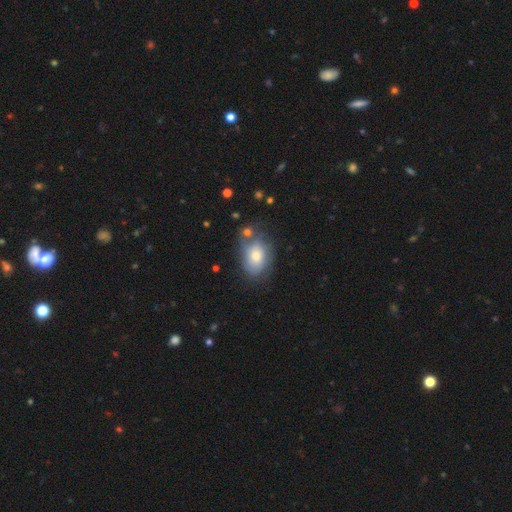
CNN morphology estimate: smooth 57%, featured or disk 35%, star or artifact 8%. Down the decision tree: how rounded — in between (79%); merging — none (56%).